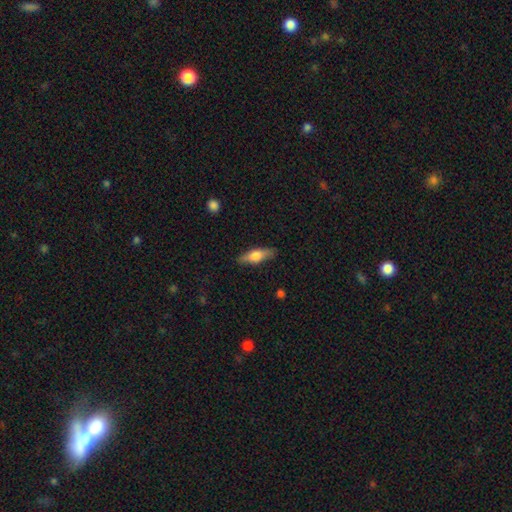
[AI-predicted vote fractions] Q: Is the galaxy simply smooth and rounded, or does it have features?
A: smooth — 55%.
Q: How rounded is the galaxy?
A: cigar-shaped — 49%.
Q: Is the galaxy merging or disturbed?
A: none — 86%.